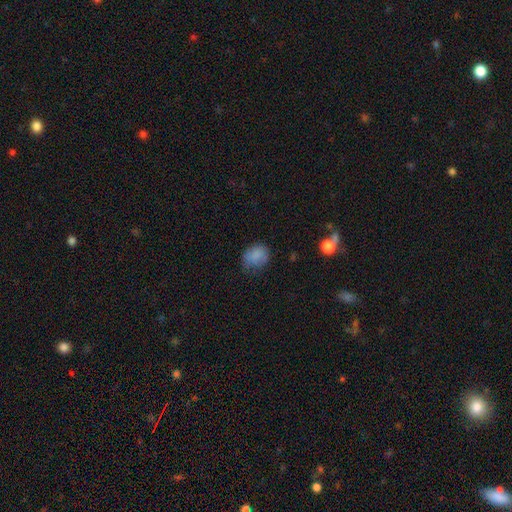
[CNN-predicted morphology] Smooth or featured? smooth (82%)
How rounded? round (53%)
Merging? none (57%)